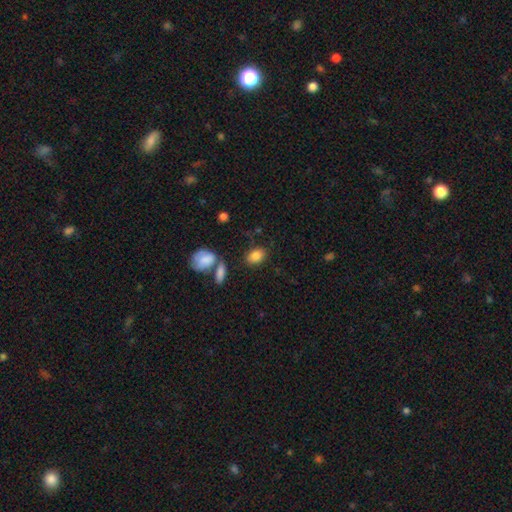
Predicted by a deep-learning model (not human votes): This appears to be a smooth galaxy with no disk features (85%) that is in between round and cigar-shaped (79%). Merging: none (77%).